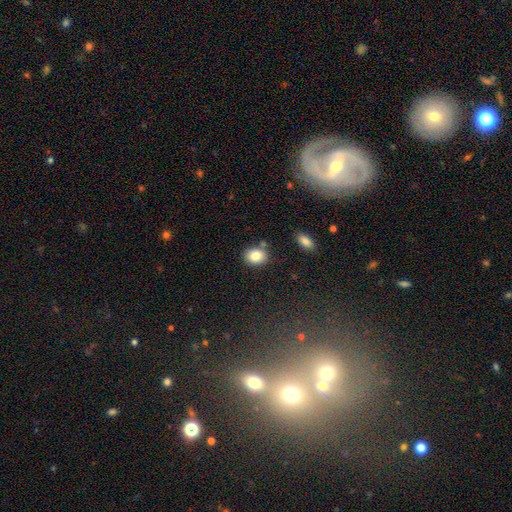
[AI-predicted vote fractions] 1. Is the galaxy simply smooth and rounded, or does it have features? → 84% smooth, 8% star or artifact, 8% featured or disk.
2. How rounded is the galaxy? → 55% in between, 44% round, 1% cigar-shaped.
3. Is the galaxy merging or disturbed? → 76% none, 12% minor disturbance, 9% merger, 3% major disturbance.